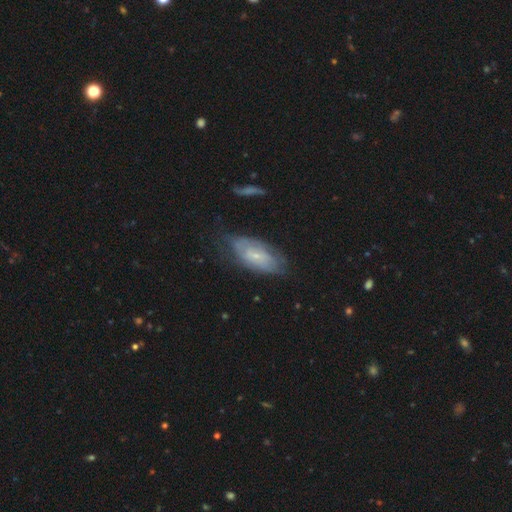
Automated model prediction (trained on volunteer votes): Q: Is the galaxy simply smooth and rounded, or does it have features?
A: featured or disk — 50%.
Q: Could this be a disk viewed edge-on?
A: no — 88%.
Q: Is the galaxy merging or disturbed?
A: none — 60%.